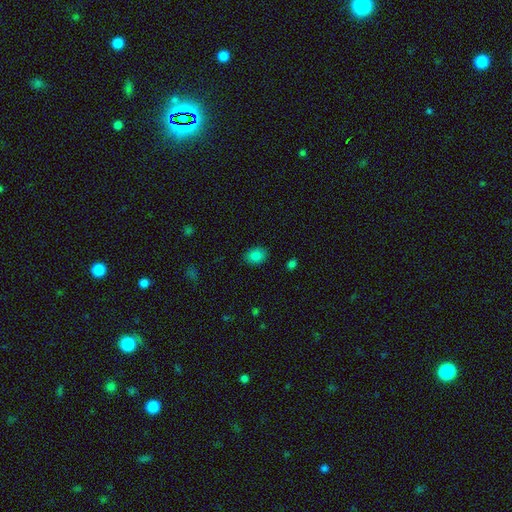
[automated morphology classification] type=smooth (83%); roundness=in between (61%); merging=none (87%).